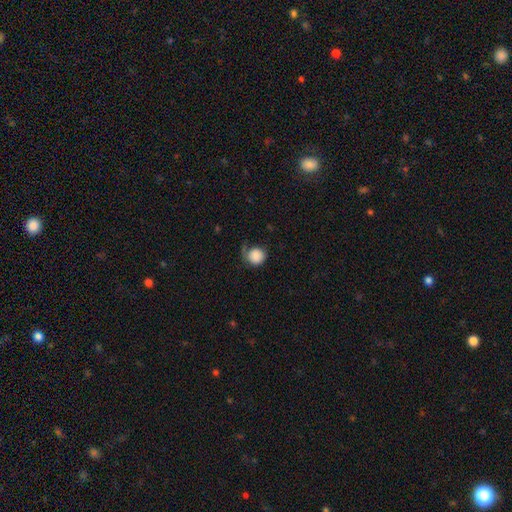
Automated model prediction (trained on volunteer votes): Q: Smooth or featured?
A: smooth (84%); runner-up: featured or disk (8%)
Q: How rounded?
A: round (86%); runner-up: in between (13%)
Q: Merging?
A: none (50%); runner-up: minor disturbance (28%)